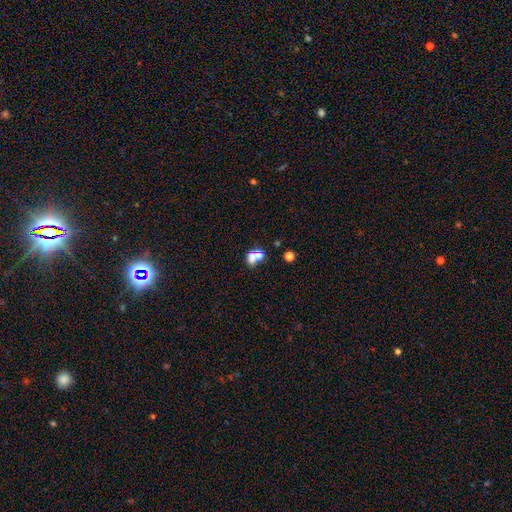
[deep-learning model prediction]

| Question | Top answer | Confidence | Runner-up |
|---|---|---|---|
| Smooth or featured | smooth | 60% | star or artifact (21%) |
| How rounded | round | 49% | tied: in between (49%) |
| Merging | merger | 48% | none (34%) |